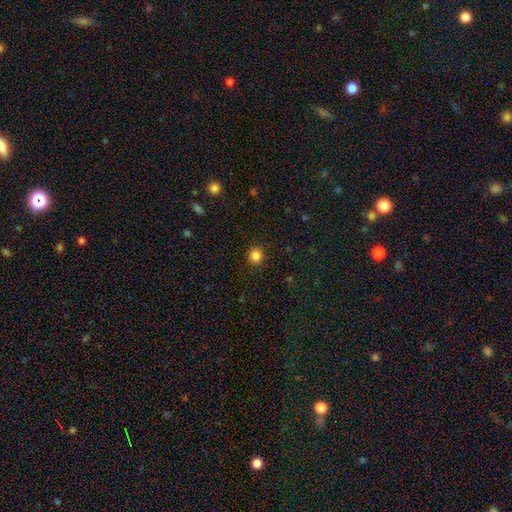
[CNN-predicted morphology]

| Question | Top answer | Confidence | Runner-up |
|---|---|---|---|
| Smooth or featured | smooth | 85% | star or artifact (11%) |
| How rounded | round | 87% | in between (12%) |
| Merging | none | 91% | minor disturbance (6%) |